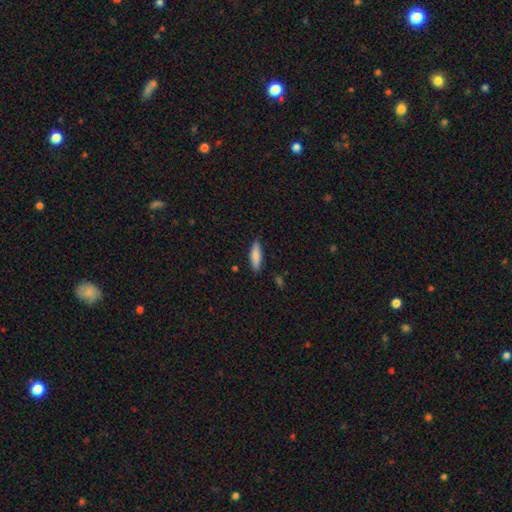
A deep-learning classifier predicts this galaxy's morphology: Overall: smooth (82%). How rounded: cigar-shaped (63%; in between 35%). Merging: none (88%).